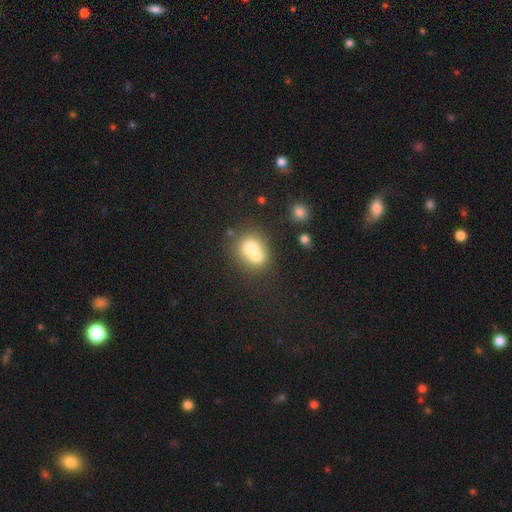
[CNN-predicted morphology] Smooth or featured? Predicted: smooth (p=0.67). How rounded? Predicted: round (p=0.73). Merging? Predicted: merger (p=0.66).